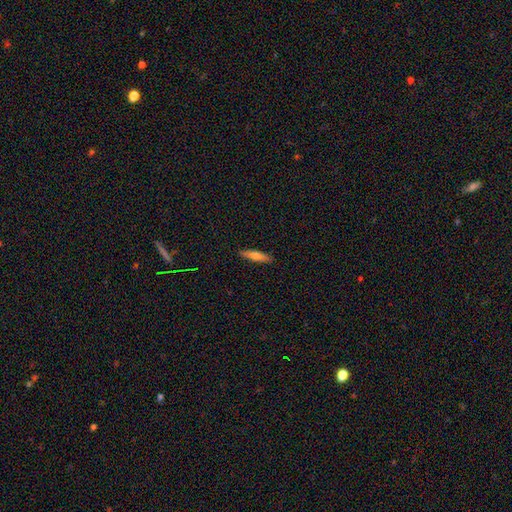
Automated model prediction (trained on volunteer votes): Smooth or featured? smooth (61%)
How rounded? cigar-shaped (78%)
Merging? none (90%)